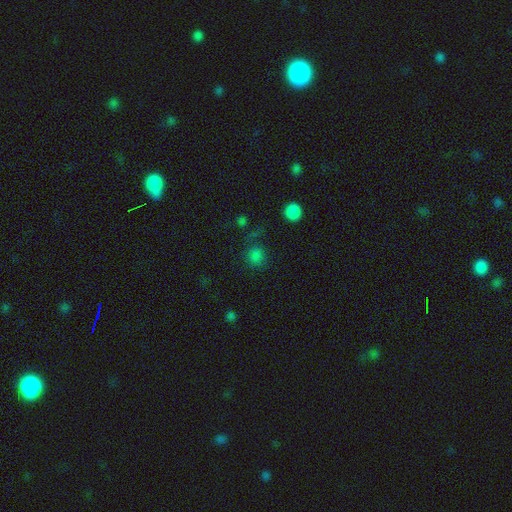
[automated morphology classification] A smooth galaxy with no disk features (72%) that is round (83%).

Vote fractions:
- Smooth or featured? smooth: 72% / star or artifact: 23% / featured or disk: 5%
- How rounded? round: 83% / in between: 16% / cigar-shaped: 1%
- Merging? none: 70% / minor disturbance: 15% / major disturbance: 10% / merger: 5%